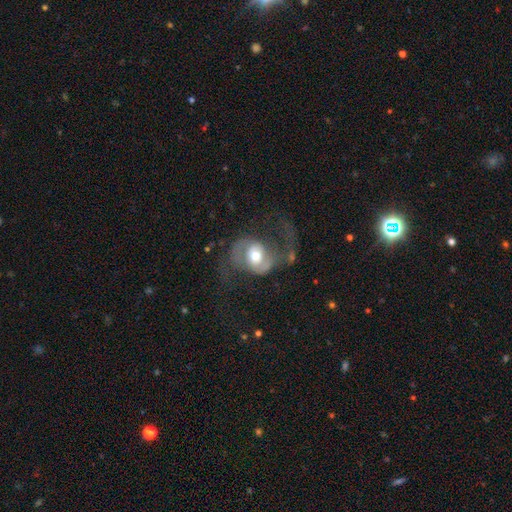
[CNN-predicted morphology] Overall: featured or disk (73%). Edge-on disk: no (97%). Bar: no (52%; weak 33%). Spiral arms: yes (85%). Spiral arm count: 2 (87%). Spiral winding: loose (59%; medium 34%). Bulge size: moderate (68%). Merging: none (43%; major disturbance 38%).